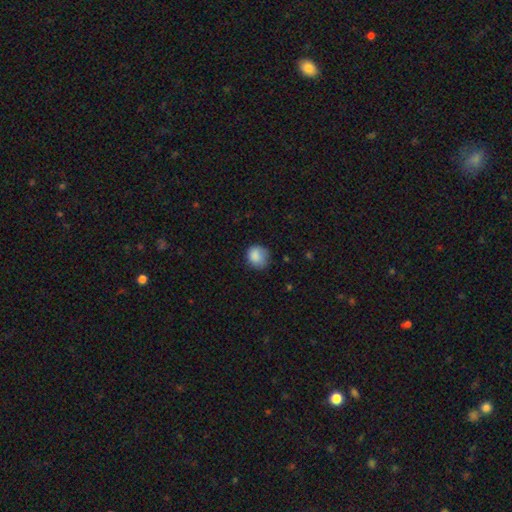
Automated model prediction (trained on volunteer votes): Smooth or featured? Predicted: smooth (p=0.85). How rounded? Predicted: round (p=0.77). Merging? Predicted: none (p=0.65).